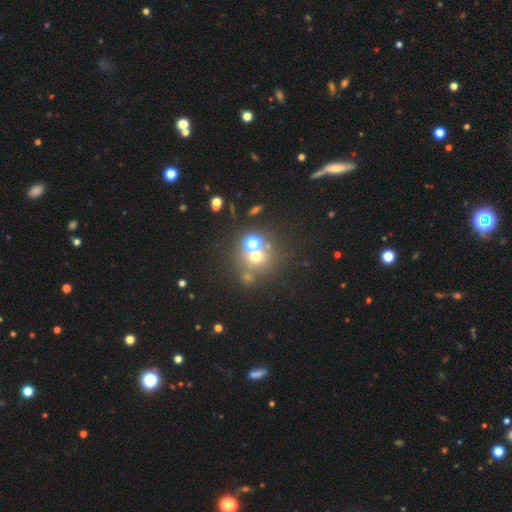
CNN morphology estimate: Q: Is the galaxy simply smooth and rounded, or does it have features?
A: smooth — 55%.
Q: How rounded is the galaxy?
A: round — 87%.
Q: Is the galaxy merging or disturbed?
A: none — 62%.